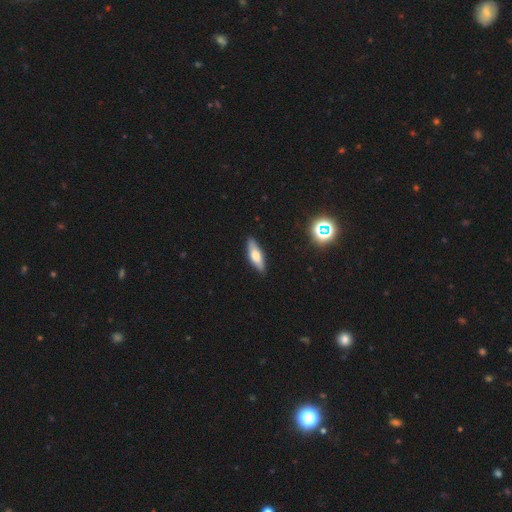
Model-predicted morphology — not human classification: The model was most divided on "how rounded": in between: 51%, cigar-shaped: 47%, round: 2%. More confident: merging — none (88%); smooth or featured — smooth (61%).